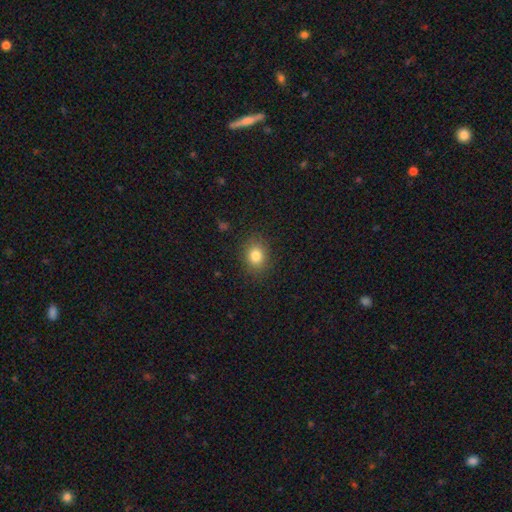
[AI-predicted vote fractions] Smooth or featured? smooth (82%)
How rounded? round (53%)
Merging? none (86%)